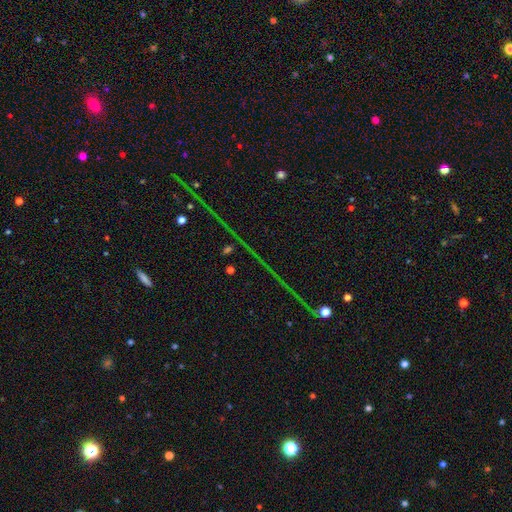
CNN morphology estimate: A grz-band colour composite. It shows a star or artifact, not a galaxy (77%).